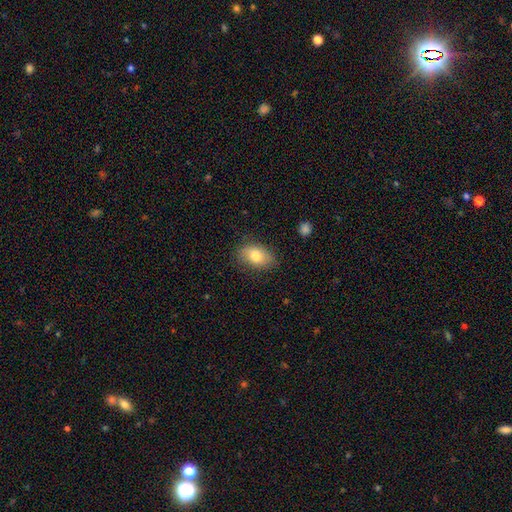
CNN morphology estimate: Overall: smooth (77%). How rounded: in between (87%). Merging: none (81%).